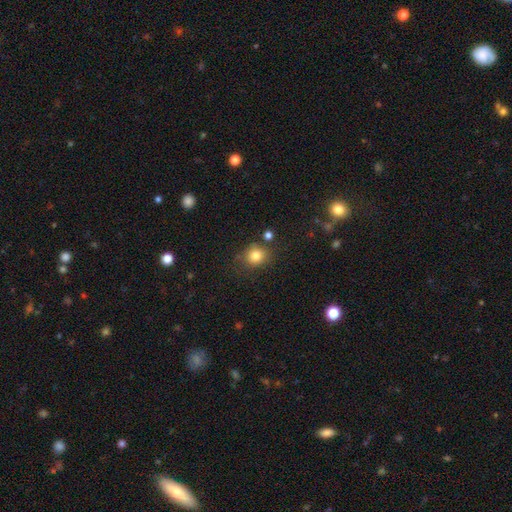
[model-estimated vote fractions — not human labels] Morphology: type=smooth (81%); roundness=round (79%); merging=none (75%).